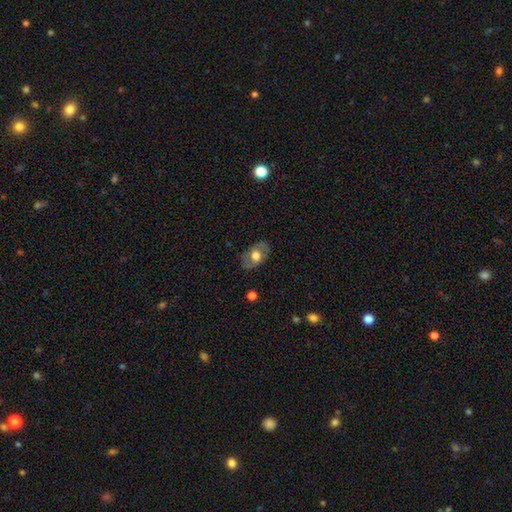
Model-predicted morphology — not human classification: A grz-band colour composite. It shows a smooth galaxy with no disk features (52%) that is in between round and cigar-shaped (85%). Merging: none (80%).